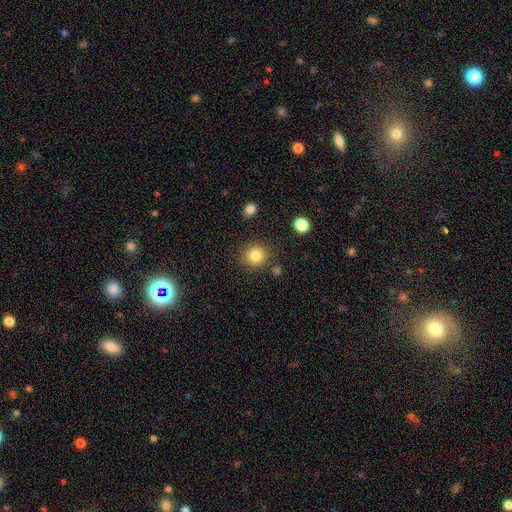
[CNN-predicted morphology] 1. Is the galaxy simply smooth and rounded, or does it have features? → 83% smooth, 11% star or artifact, 6% featured or disk.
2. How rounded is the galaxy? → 89% round, 10% in between, 1% cigar-shaped.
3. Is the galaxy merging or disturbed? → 84% none, 9% minor disturbance, 4% merger, 3% major disturbance.